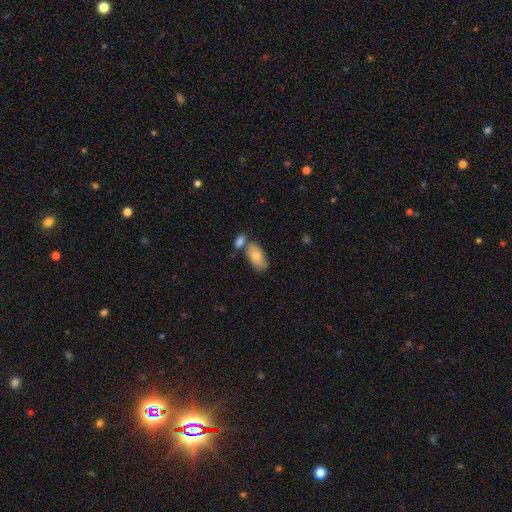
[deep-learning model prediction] Smooth or featured? smooth (78%)
How rounded? in between (93%)
Merging? none (48%)